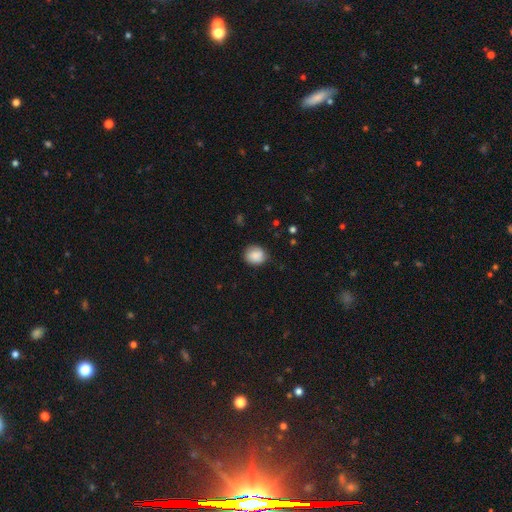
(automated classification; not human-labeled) Smooth or featured: smooth — 87% (star or artifact — 8%)
How rounded: round — 71% (in between — 28%)
Merging: none — 81% (minor disturbance — 15%)